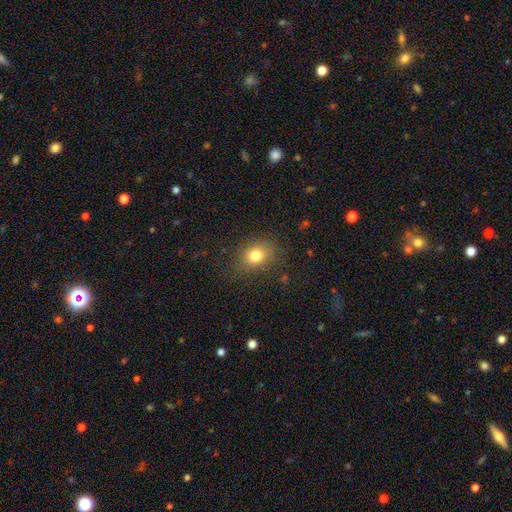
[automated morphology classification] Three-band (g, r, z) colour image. It shows a smooth galaxy with no disk features (78%) that is in between round and cigar-shaped (52%). Merging: none (81%).